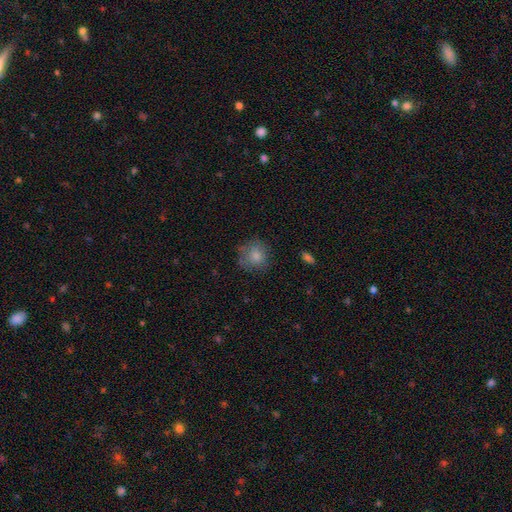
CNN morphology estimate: Smooth or featured? smooth (81%)
How rounded? round (86%)
Merging? none (72%)